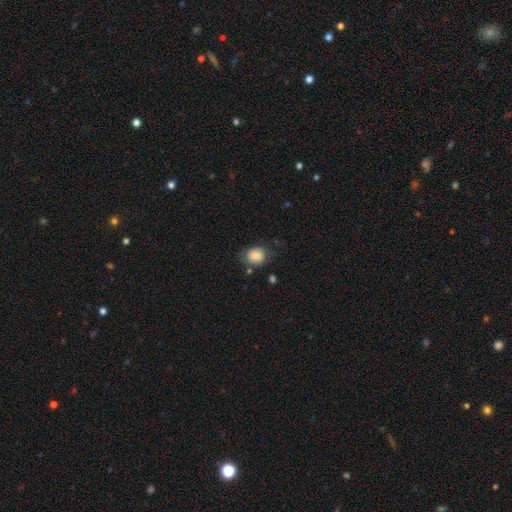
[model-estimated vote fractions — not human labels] smooth_or_featured: smooth (p=0.81) [alt: featured or disk p=0.11]
how_rounded: round (p=0.51) [alt: in between p=0.48]
merging: none (p=0.61) [alt: minor disturbance p=0.26]